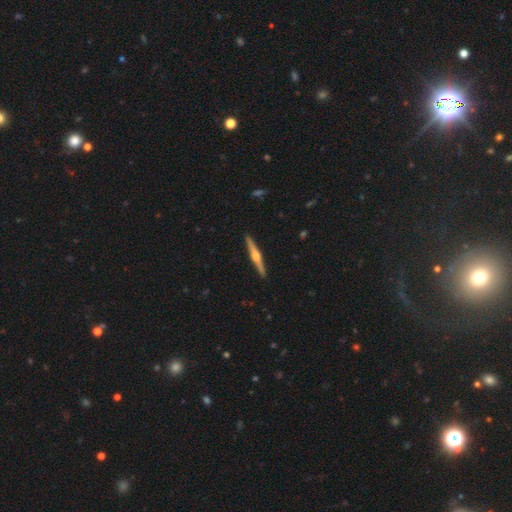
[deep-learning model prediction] Overall: featured or disk (79%). Edge-on disk: yes (99%). Edge-on bulge: rounded (94%). Merging: none (93%).